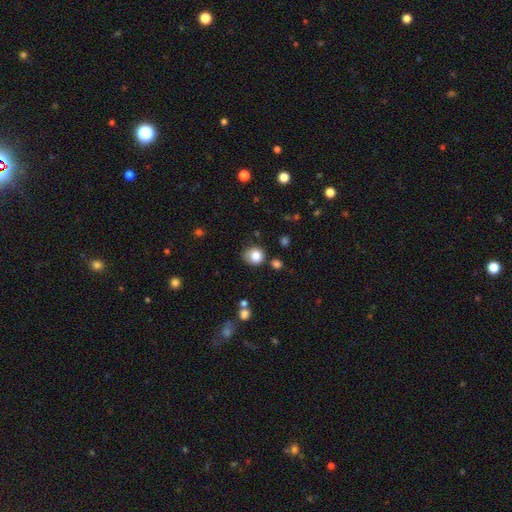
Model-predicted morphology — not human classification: Q: Smooth or featured?
A: smooth (83%); runner-up: star or artifact (10%)
Q: How rounded?
A: round (80%); runner-up: in between (19%)
Q: Merging?
A: none (69%); runner-up: minor disturbance (21%)